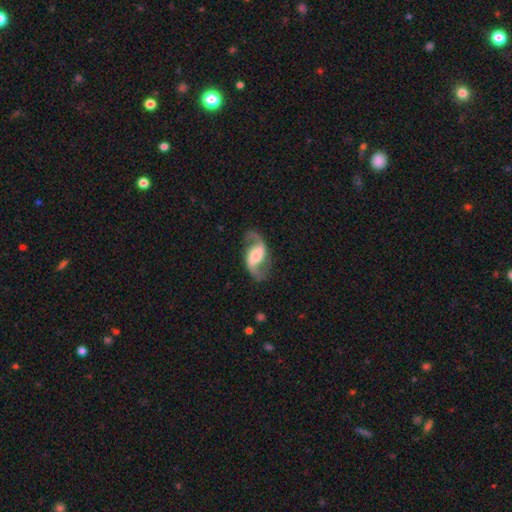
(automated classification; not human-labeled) Smooth or featured? Predicted: featured or disk (p=0.89). Edge-on disk? Predicted: no (p=0.97). Bar? Predicted: weak (p=0.43). Spiral arms? Predicted: yes (p=0.97). Spiral winding? Predicted: loose (p=0.63). Spiral arm count? Predicted: 2 (p=0.94). Bulge size? Predicted: moderate (p=0.39). Merging? Predicted: none (p=0.81).